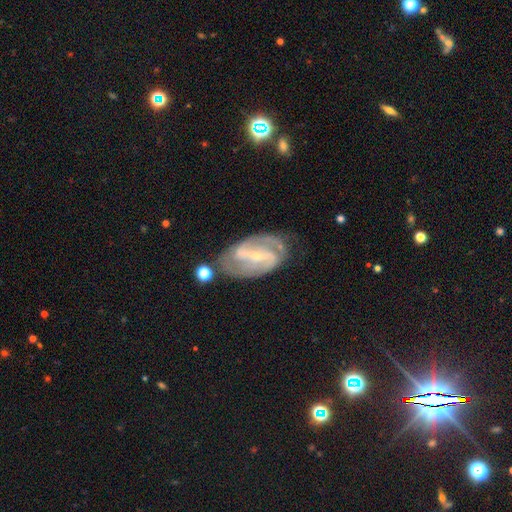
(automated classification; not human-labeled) A featured or disk galaxy (88%) with a strong bar (56%), 2 (83%) medium (49%) spiral arms (95%) and a small central bulge (76%).

Vote fractions:
- Smooth or featured? featured or disk: 88% / smooth: 7% / star or artifact: 5%
- Edge-on disk? no: 96% / yes: 4%
- Bar? strong: 56% / weak: 32% / no: 12%
- Spiral arms? yes: 95% / no: 5%
- Spiral winding? medium: 49% / tight: 31% / loose: 20%
- Spiral arm count? 2: 83% / can't tell: 7% / 3: 5% / 1: 2% / 4: 2% / more than 4: 2%
- Bulge size? small: 76% / moderate: 19% / none: 3% / large: 1% / dominant: 1%
- Merging? none: 71% / minor disturbance: 19% / major disturbance: 7% / merger: 4%